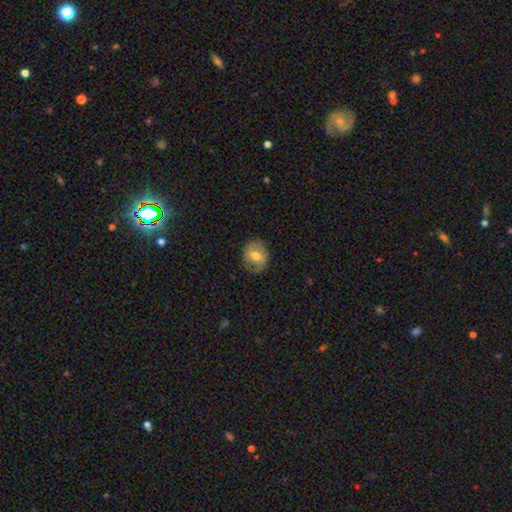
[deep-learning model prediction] Smooth or featured?
  - smooth: 59% *
  - featured or disk: 33%
  - star or artifact: 8%
How rounded?
  - round: 64% *
  - in between: 35%
  - cigar-shaped: 1%
Merging?
  - none: 77% *
  - minor disturbance: 17%
  - major disturbance: 5%
  - merger: 1%